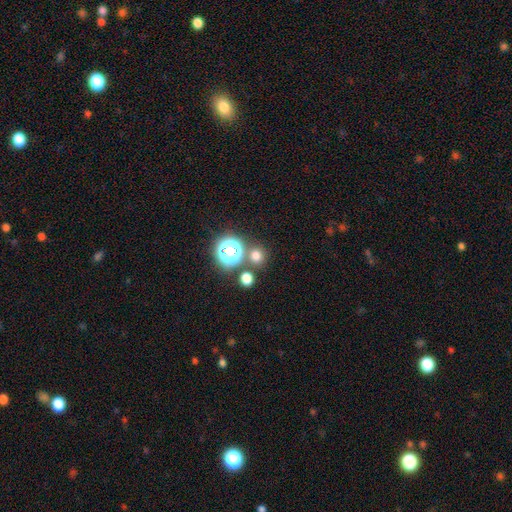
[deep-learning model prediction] Q: Smooth or featured?
A: smooth (67%); runner-up: star or artifact (26%)
Q: How rounded?
A: round (88%); runner-up: in between (11%)
Q: Merging?
A: none (73%); runner-up: merger (16%)